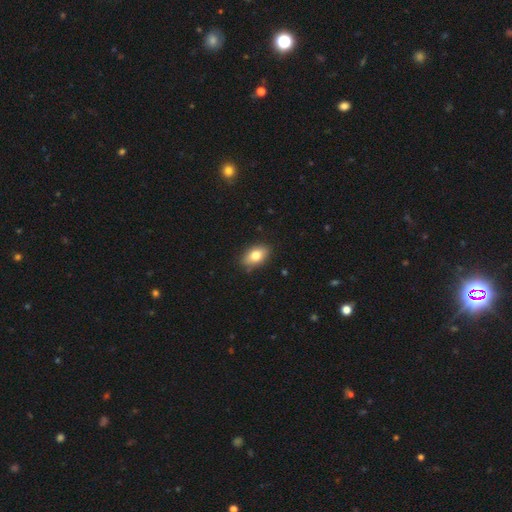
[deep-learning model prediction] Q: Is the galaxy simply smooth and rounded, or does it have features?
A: smooth — 78%.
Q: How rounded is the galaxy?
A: in between — 88%.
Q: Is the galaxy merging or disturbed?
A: none — 86%.